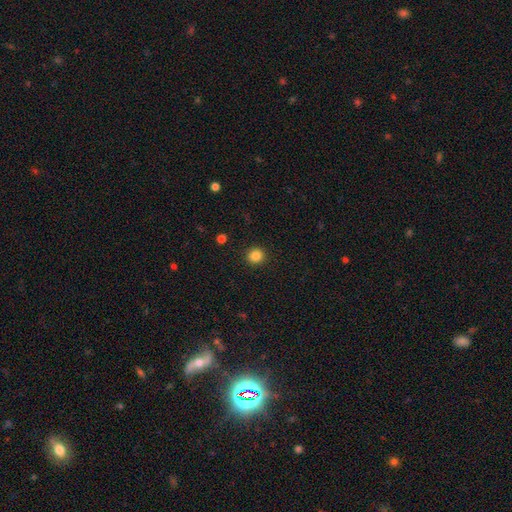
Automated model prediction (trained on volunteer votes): smooth_or_featured: smooth (p=0.85) [alt: star or artifact p=0.11]
how_rounded: round (p=0.91) [alt: in between p=0.08]
merging: none (p=0.92) [alt: minor disturbance p=0.05]